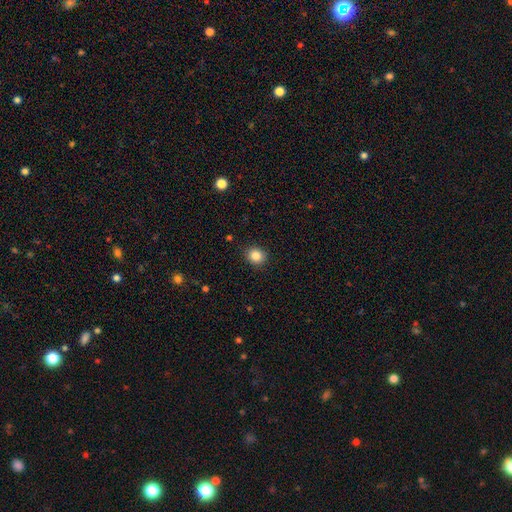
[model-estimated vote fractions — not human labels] A smooth galaxy with no disk features (86%) that is round (76%). Merging: none (89%).